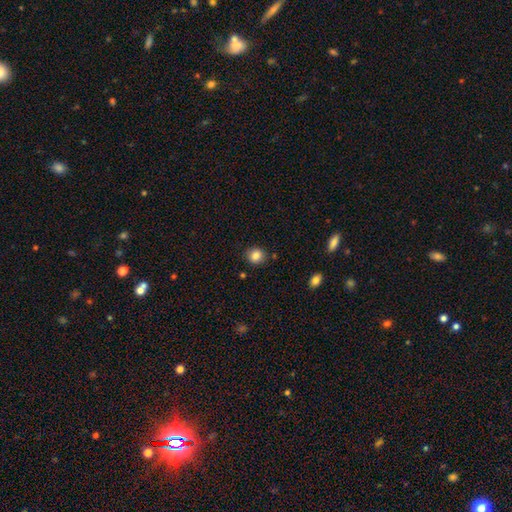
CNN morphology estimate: type=smooth (85%); roundness=round (84%); merging=none (86%).